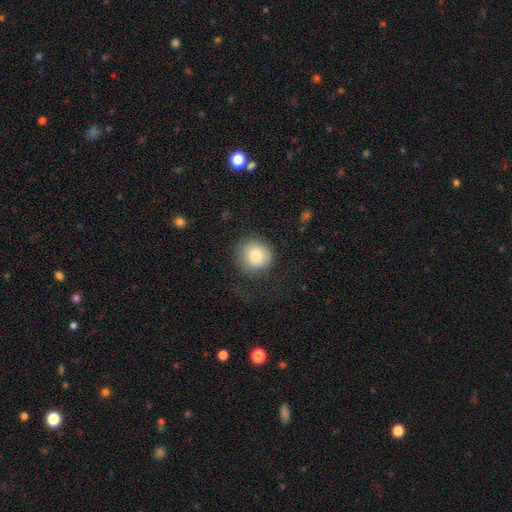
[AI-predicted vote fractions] Smooth or featured?
  - smooth: 81% *
  - featured or disk: 11%
  - star or artifact: 8%
How rounded?
  - round: 89% *
  - in between: 10%
  - cigar-shaped: 1%
Merging?
  - none: 69% *
  - minor disturbance: 16%
  - major disturbance: 13%
  - merger: 1%